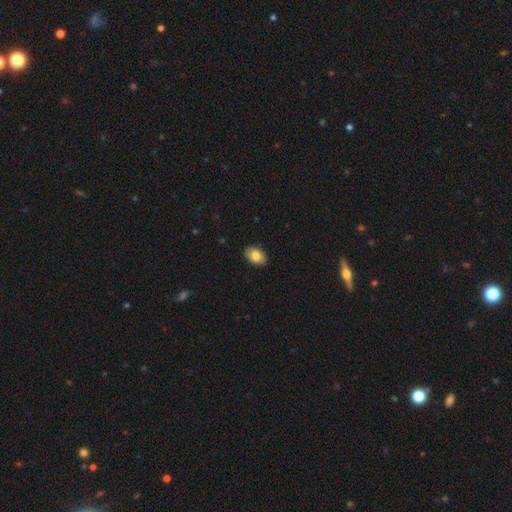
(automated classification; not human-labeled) Smooth or featured: smooth — 83% (featured or disk — 10%)
How rounded: in between — 88% (round — 11%)
Merging: none — 89% (minor disturbance — 8%)